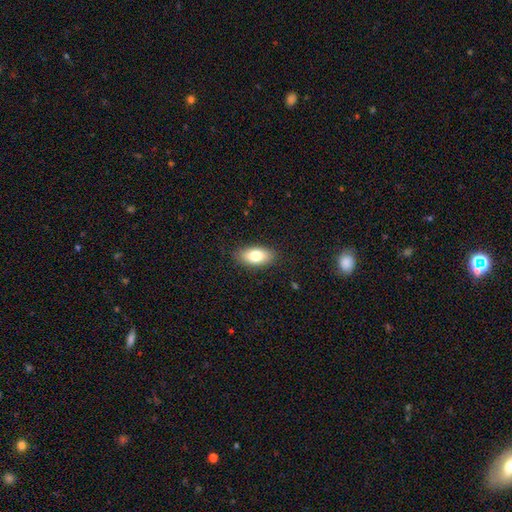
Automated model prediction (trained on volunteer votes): This appears to be a smooth galaxy with no disk features (79%) that is in between round and cigar-shaped (91%). Merging: none (86%).